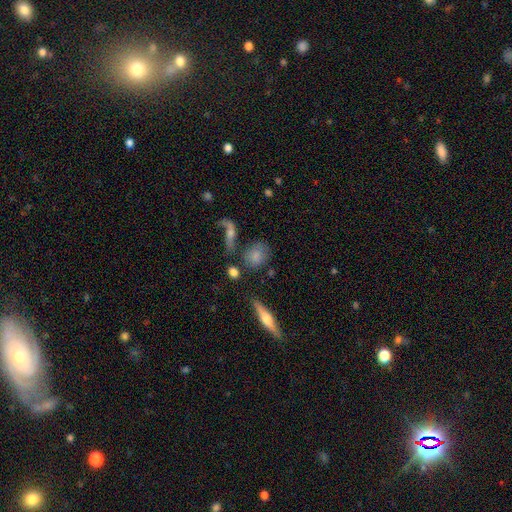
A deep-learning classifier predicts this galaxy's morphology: Smooth or featured: smooth — 73% (featured or disk — 17%)
How rounded: round — 51% (in between — 43%)
Merging: none — 58% (minor disturbance — 17%)